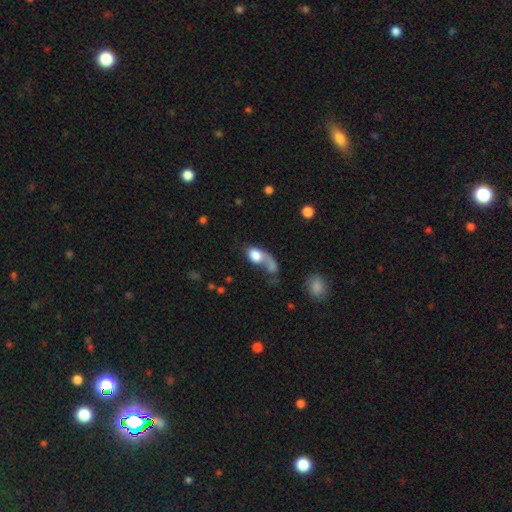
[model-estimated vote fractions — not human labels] smooth-or-featured: smooth: 64% | featured or disk: 27% | star or artifact: 9%
  how-rounded: in between: 67% | round: 29% | cigar-shaped: 4%
  merging: major disturbance: 35% | merger: 31% | none: 21% | minor disturbance: 12%